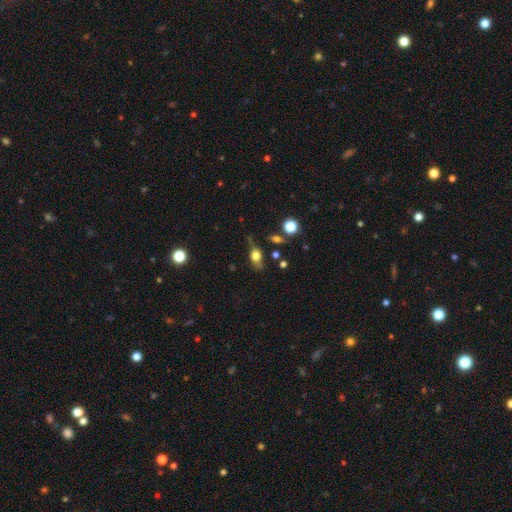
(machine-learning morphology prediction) This appears to be a smooth galaxy with no disk features (64%) that is in between round and cigar-shaped (69%). Merging: none (55%).